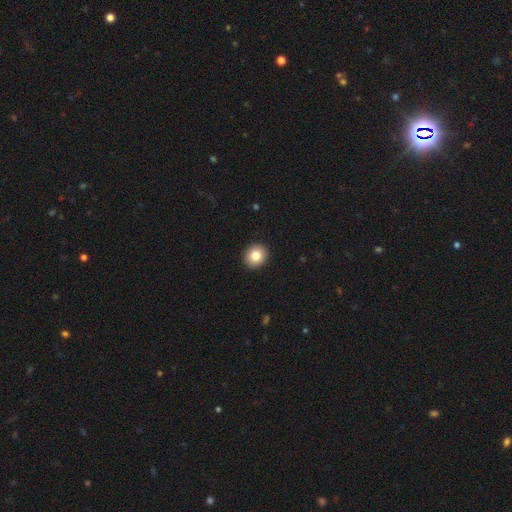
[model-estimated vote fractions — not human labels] A smooth galaxy with no disk features (83%) that is round (77%).

Vote fractions:
- Smooth or featured? smooth: 83% / star or artifact: 9% / featured or disk: 8%
- How rounded? round: 77% / in between: 22% / cigar-shaped: 1%
- Merging? none: 93% / minor disturbance: 5% / major disturbance: 1% / merger: 1%